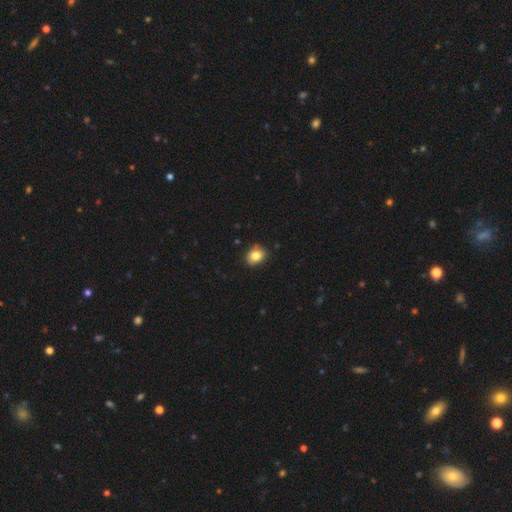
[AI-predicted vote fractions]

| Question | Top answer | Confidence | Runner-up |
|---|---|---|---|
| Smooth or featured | smooth | 82% | star or artifact (9%) |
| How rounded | in between | 51% | round (48%) |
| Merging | none | 80% | minor disturbance (15%) |